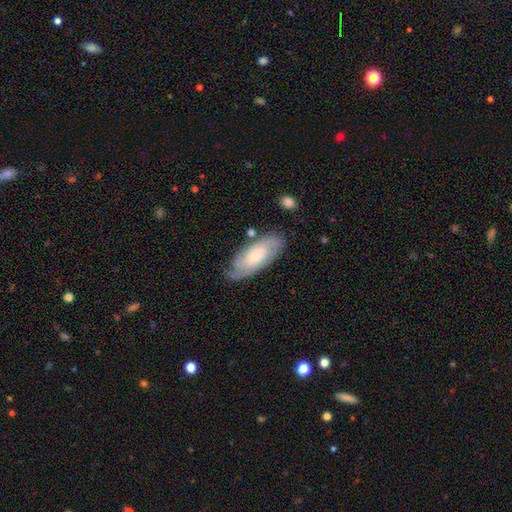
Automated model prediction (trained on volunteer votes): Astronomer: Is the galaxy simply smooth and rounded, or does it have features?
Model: featured or disk — 70%.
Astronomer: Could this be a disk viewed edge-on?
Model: no — 92%.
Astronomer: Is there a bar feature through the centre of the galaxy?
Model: no — 60%.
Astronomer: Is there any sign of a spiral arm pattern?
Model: yes — 93%.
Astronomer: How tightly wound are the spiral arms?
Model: tight — 57% (runner-up: medium, 34%).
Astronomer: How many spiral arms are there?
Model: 2 — 52% (runner-up: can't tell, 28%).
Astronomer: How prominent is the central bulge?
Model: small — 51% (runner-up: moderate, 32%).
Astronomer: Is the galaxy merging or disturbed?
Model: none — 73%.